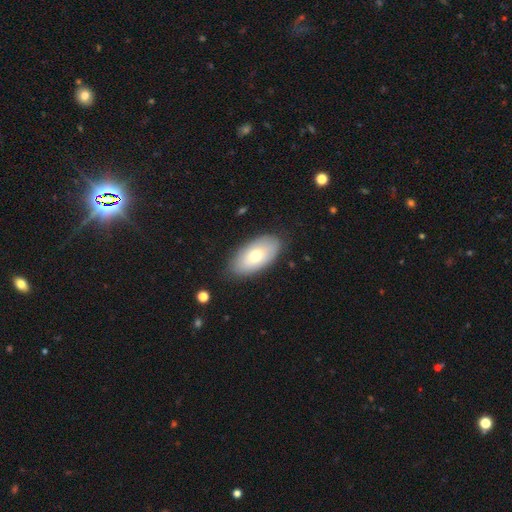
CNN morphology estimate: The model was most divided on "smooth or featured": smooth: 67%, featured or disk: 26%, star or artifact: 6%. More confident: how rounded — in between (94%); merging — none (84%).